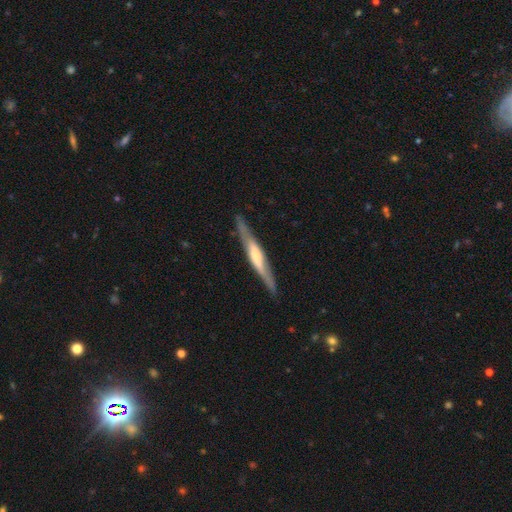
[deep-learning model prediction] Smooth or featured?
  - featured or disk: 70% *
  - smooth: 24%
  - star or artifact: 5%
Edge-on disk?
  - yes: 93% *
  - no: 7%
Edge-on bulge?
  - rounded: 44% *
  - boxy: 32%
  - none: 24%
Merging?
  - none: 85% *
  - minor disturbance: 11%
  - major disturbance: 2%
  - merger: 1%